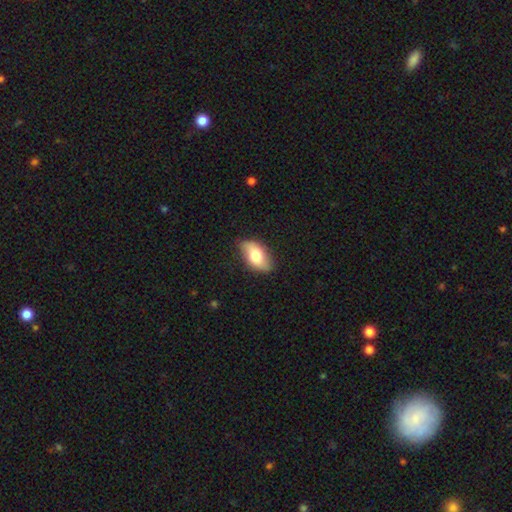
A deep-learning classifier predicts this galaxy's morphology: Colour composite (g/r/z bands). It shows a smooth galaxy with no disk features (66%) that is in between round and cigar-shaped (92%). Merging: none (78%).